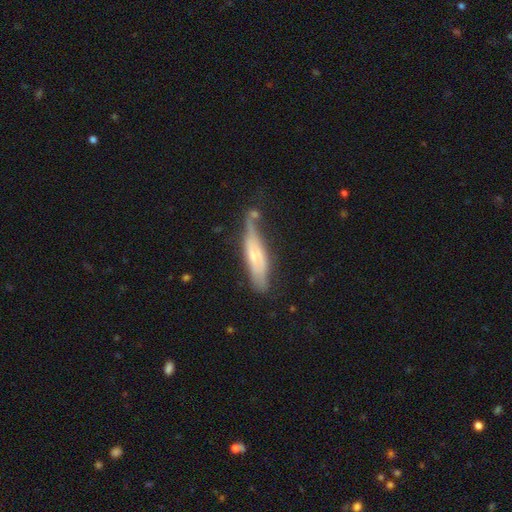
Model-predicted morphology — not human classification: Smooth or featured? featured or disk (50%)
Merging? none (45%)